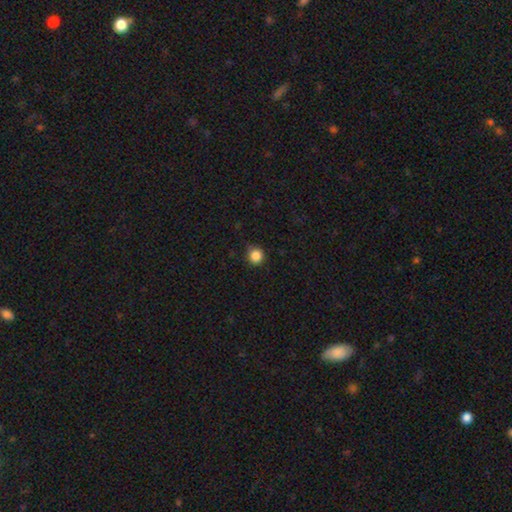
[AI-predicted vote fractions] Smooth or featured? smooth (86%)
How rounded? round (92%)
Merging? none (83%)